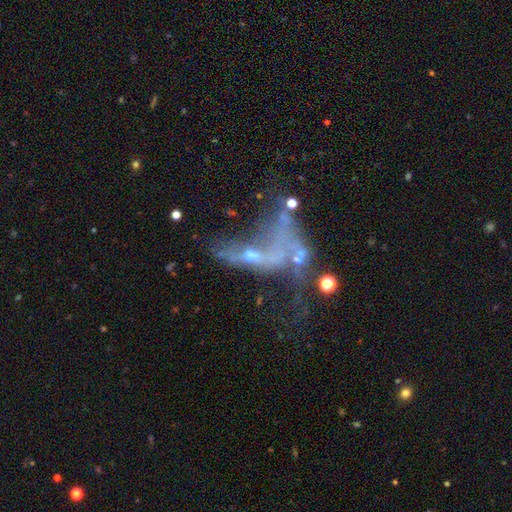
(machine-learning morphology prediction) This is likely a featured or disk galaxy (61%). It is clearly not viewed edge-on (90%). Bar: clearly no (85%). Spiral arm pattern: clearly no (85%). Central bulge: possibly none (51%). Merging: marginally major disturbance (39%).